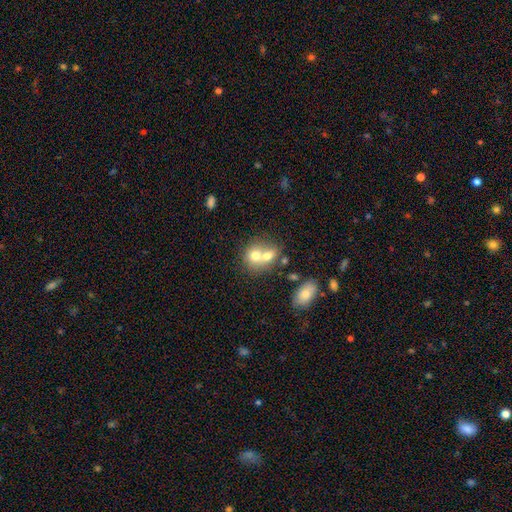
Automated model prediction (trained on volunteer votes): Smooth or featured? smooth (68%)
How rounded? round (64%)
Merging? merger (67%)